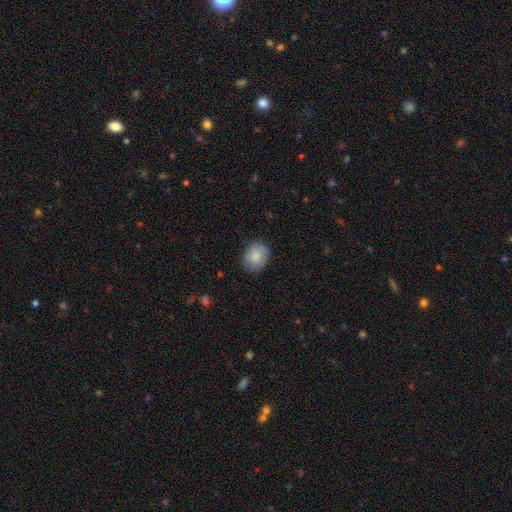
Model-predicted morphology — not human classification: smooth-or-featured: smooth: 85% | featured or disk: 8% | star or artifact: 7%
  how-rounded: round: 52% | in between: 47% | cigar-shaped: 1%
  merging: none: 82% | minor disturbance: 14% | major disturbance: 3% | merger: 1%